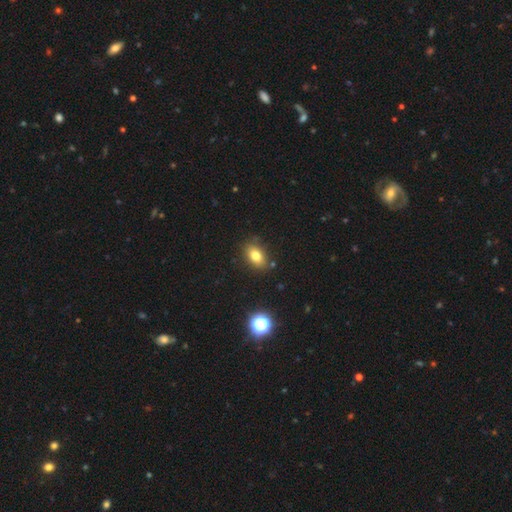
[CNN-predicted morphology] smooth-or-featured: smooth: 78% | star or artifact: 11% | featured or disk: 10%
  how-rounded: in between: 83% | round: 15% | cigar-shaped: 2%
  merging: none: 83% | minor disturbance: 12% | major disturbance: 3% | merger: 3%